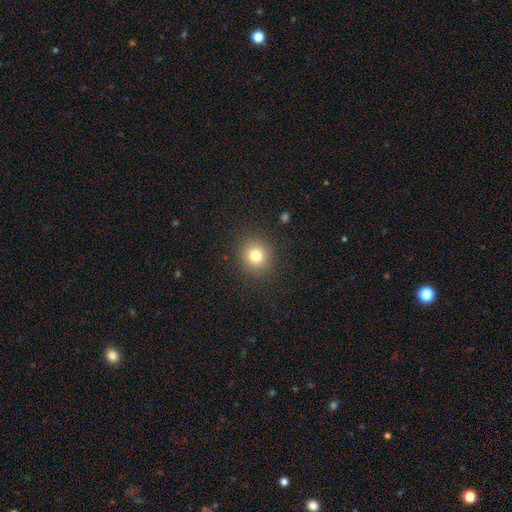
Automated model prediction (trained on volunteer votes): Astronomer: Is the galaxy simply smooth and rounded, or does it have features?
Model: smooth — 78%.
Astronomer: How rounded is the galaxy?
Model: round — 86%.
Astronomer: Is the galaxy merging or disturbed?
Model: none — 89%.